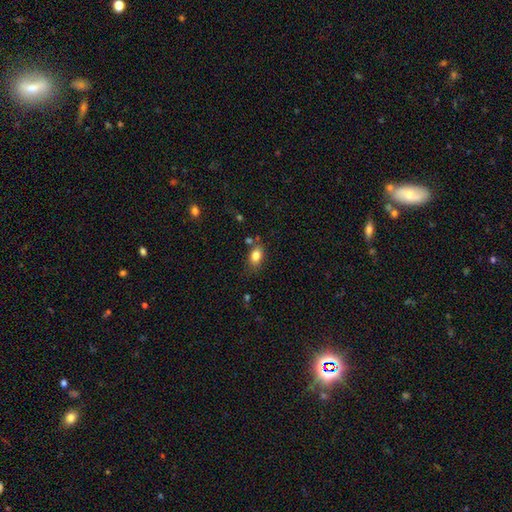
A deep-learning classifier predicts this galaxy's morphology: smooth-or-featured: smooth: 81% | featured or disk: 9% | star or artifact: 9%
  how-rounded: in between: 82% | round: 15% | cigar-shaped: 3%
  merging: none: 70% | minor disturbance: 17% | merger: 8% | major disturbance: 5%